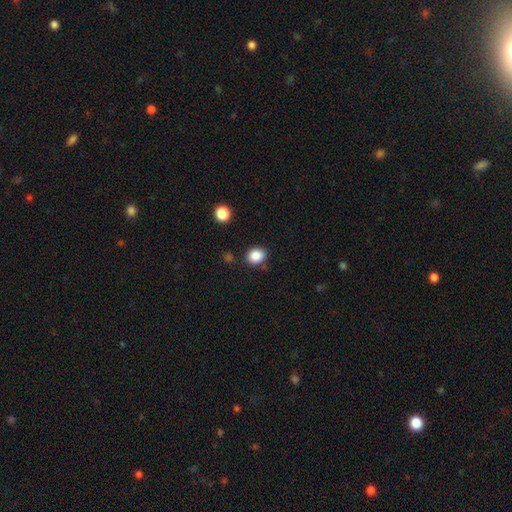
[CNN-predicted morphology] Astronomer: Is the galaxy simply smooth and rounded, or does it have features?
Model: smooth — 86%.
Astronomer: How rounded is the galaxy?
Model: round — 69%.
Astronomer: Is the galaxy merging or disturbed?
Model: none — 83%.